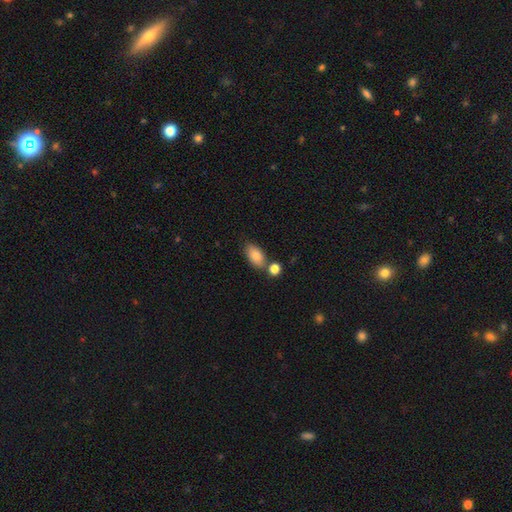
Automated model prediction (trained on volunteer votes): This appears to be a smooth galaxy with no disk features (82%) that is in between round and cigar-shaped (90%). Merging: none (66%).